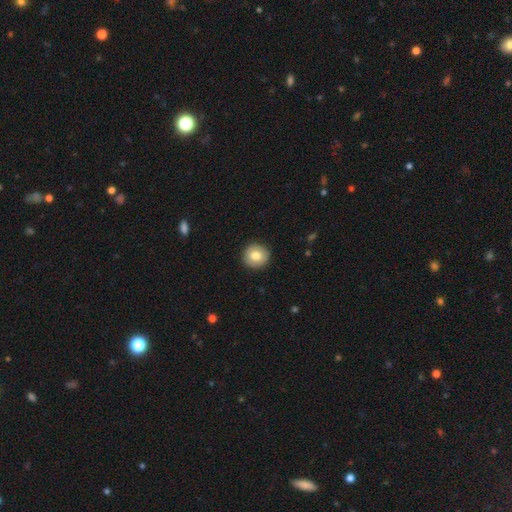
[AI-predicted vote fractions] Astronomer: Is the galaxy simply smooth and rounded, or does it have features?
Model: smooth — 79%.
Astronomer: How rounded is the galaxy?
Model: round — 93%.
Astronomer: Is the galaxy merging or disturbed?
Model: none — 92%.